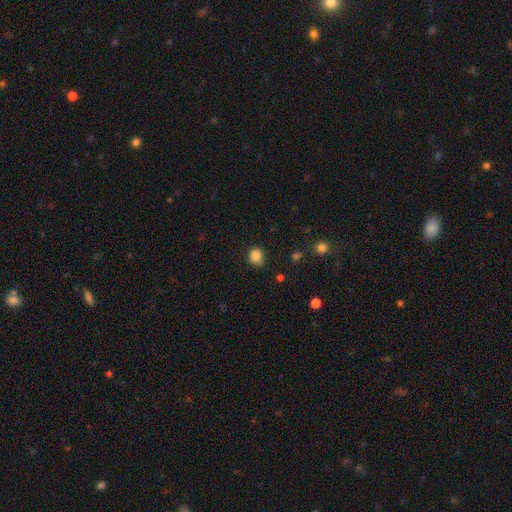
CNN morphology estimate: This is clearly a smooth galaxy (85%). How rounded: likely round (74%). Merging: clearly none (83%).